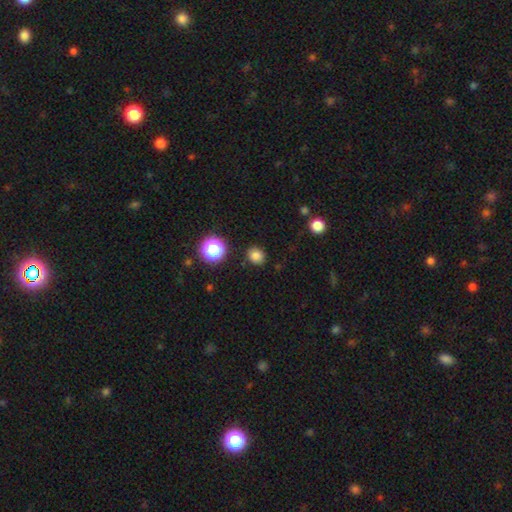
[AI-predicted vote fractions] This is clearly a smooth galaxy (80%). How rounded: likely round (78%). Merging: clearly none (87%).